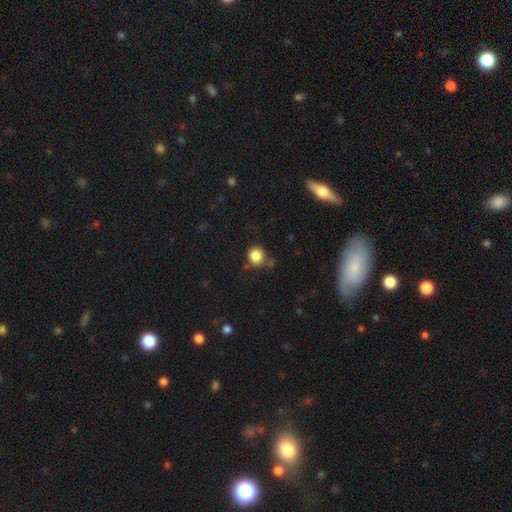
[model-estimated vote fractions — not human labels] The model was most divided on "merging": none: 72%, minor disturbance: 15%, merger: 8%, major disturbance: 5%. More confident: how rounded — round (89%); smooth or featured — smooth (85%).